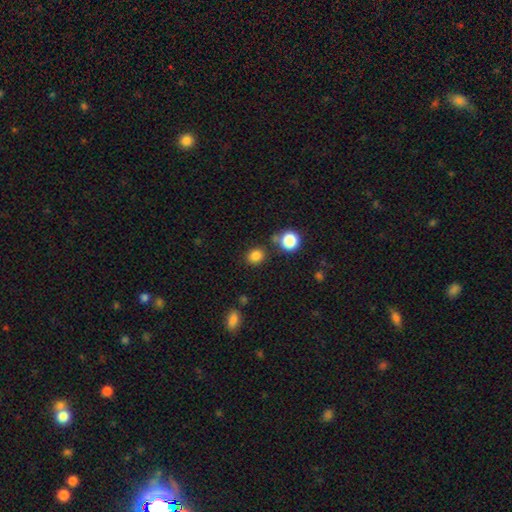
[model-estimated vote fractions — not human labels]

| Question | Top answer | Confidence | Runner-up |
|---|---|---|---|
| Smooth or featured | smooth | 83% | star or artifact (12%) |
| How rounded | round | 69% | in between (30%) |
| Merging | none | 78% | minor disturbance (10%) |